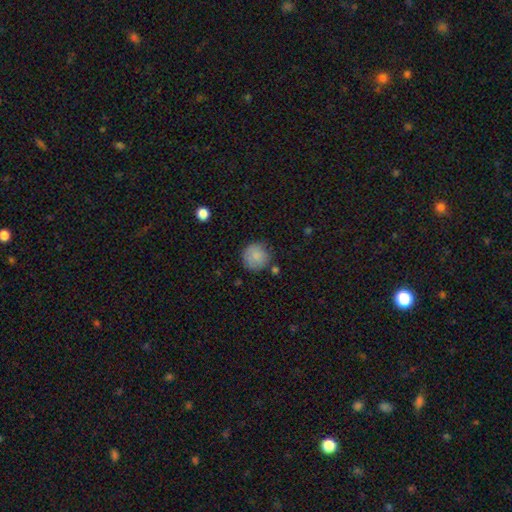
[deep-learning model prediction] Smooth or featured? smooth (85%)
How rounded? round (94%)
Merging? none (77%)